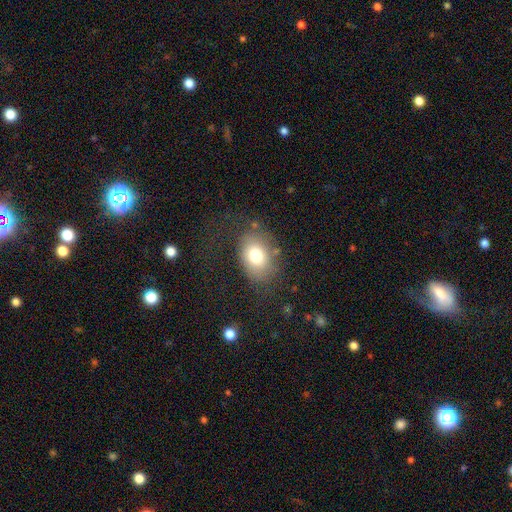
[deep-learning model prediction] smooth 74%, featured or disk 16%, star or artifact 10%. Down the decision tree: how rounded — in between (72%); merging — none (66%).